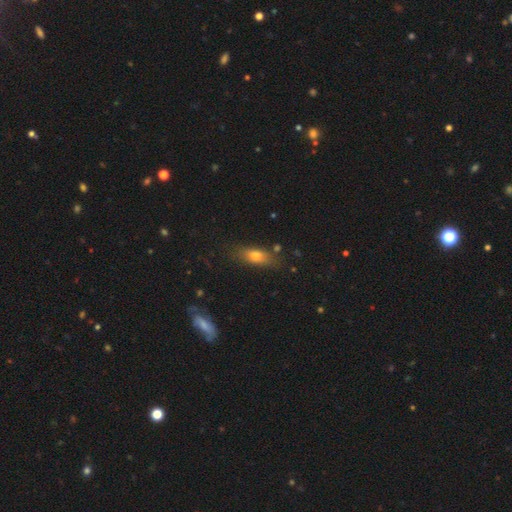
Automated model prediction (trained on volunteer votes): A smooth galaxy with no disk features (68%) that is in between round and cigar-shaped (67%). Merging: none (76%).